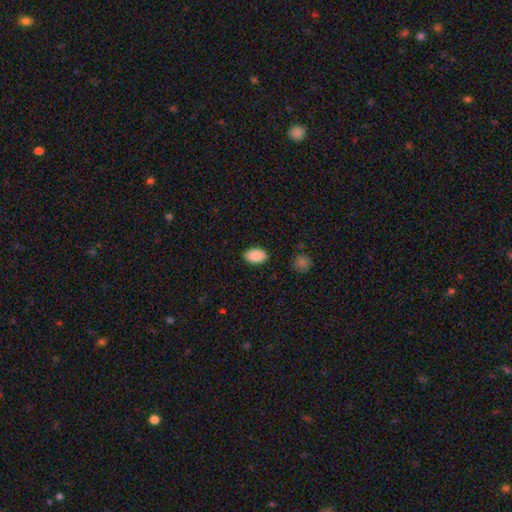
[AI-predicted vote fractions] smooth 90%, star or artifact 7%, featured or disk 3%. Down the decision tree: how rounded — in between (92%); merging — none (88%).